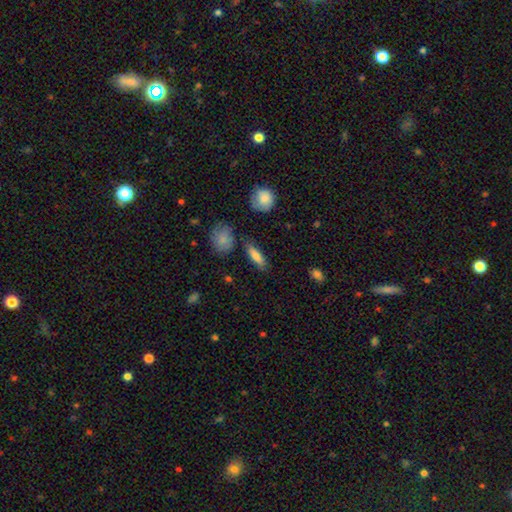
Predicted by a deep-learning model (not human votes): Q: Smooth or featured?
A: smooth (78%); runner-up: featured or disk (14%)
Q: How rounded?
A: cigar-shaped (53%); runner-up: in between (43%)
Q: Merging?
A: none (81%); runner-up: minor disturbance (12%)